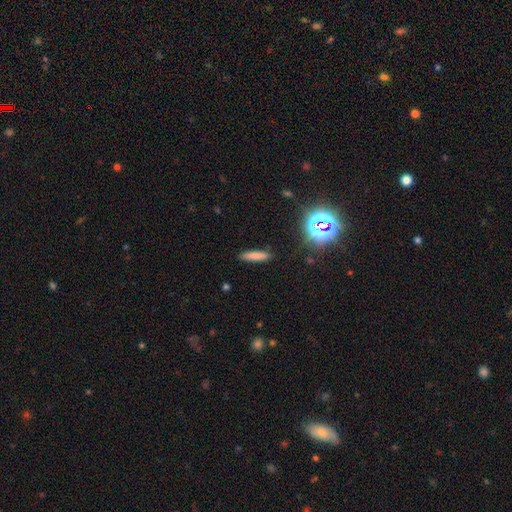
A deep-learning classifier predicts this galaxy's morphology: smooth 78%, star or artifact 13%, featured or disk 10%. Down the decision tree: how rounded — cigar-shaped (82%); merging — none (87%).